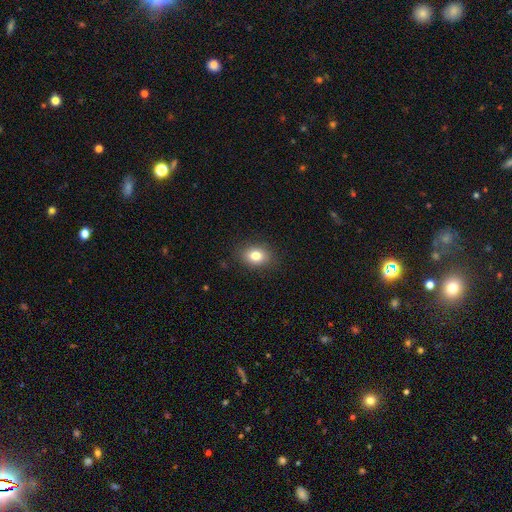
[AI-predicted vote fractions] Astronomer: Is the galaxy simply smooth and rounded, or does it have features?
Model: smooth — 81%.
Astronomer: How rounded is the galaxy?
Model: in between — 63%.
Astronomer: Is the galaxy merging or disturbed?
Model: none — 87%.